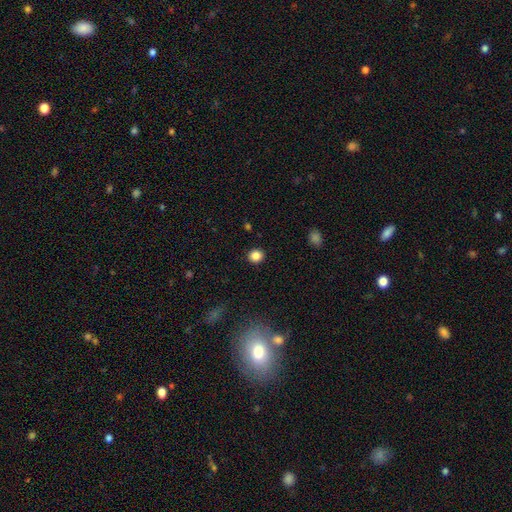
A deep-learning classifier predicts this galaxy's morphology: Overall: smooth (85%). How rounded: round (87%). Merging: none (91%).